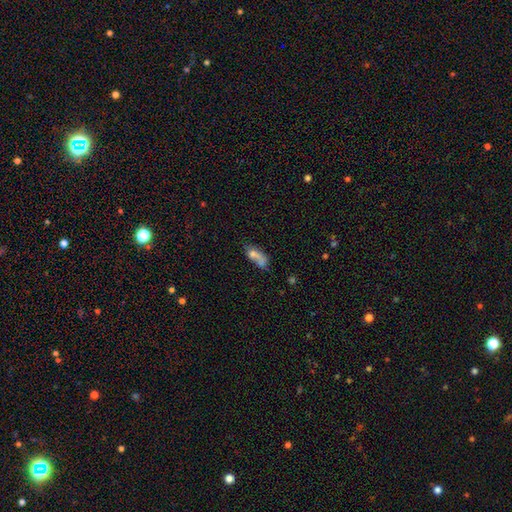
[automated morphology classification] Smooth or featured? smooth (64%)
How rounded? in between (73%)
Merging? merger (47%)